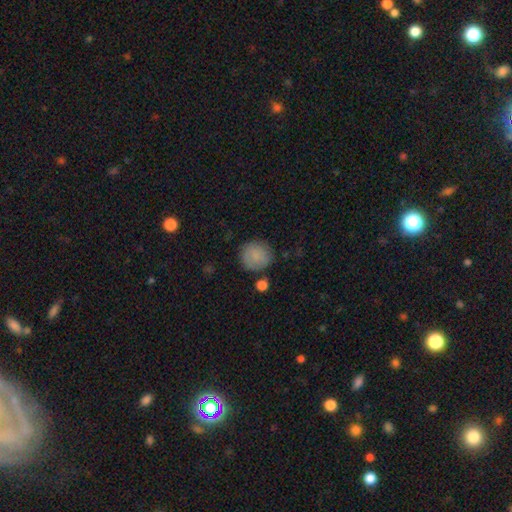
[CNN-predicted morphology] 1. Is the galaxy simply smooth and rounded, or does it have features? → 85% smooth, 8% star or artifact, 8% featured or disk.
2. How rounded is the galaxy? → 92% round, 7% in between, 1% cigar-shaped.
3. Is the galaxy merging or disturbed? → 81% none, 12% minor disturbance, 4% merger, 3% major disturbance.